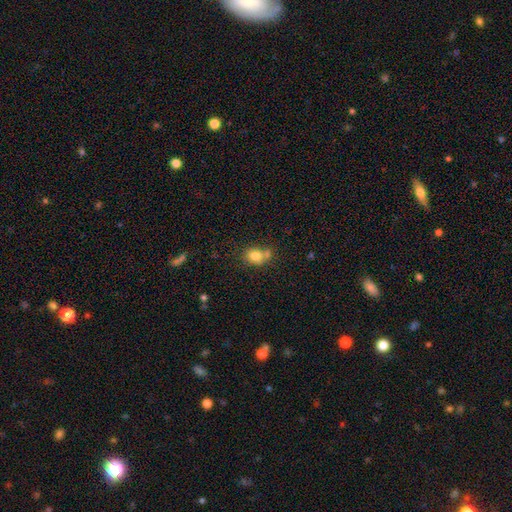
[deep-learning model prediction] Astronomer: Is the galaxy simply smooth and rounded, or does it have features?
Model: smooth — 79%.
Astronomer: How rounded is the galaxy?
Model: round — 59% (runner-up: in between, 40%).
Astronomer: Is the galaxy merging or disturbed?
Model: none — 48% (runner-up: merger, 31%).